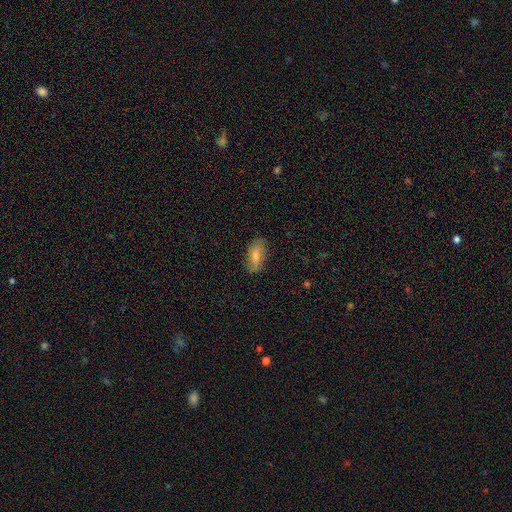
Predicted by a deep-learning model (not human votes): smooth_or_featured: smooth (p=0.57) [alt: featured or disk p=0.33]
how_rounded: in between (p=0.85) [alt: cigar-shaped p=0.10]
merging: none (p=0.81) [alt: minor disturbance p=0.15]